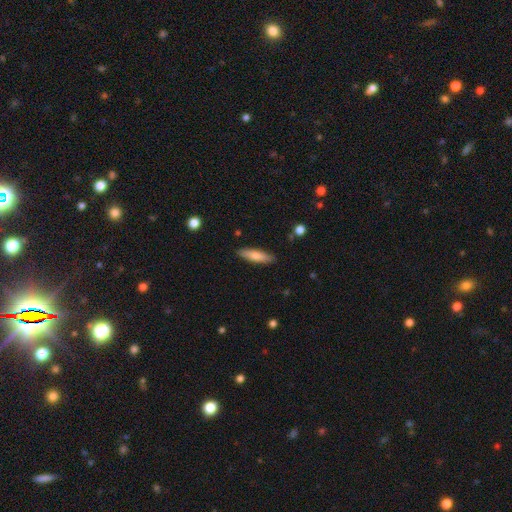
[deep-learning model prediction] A smooth galaxy with no disk features (75%) that is cigar-shaped (69%). Merging: none (88%).